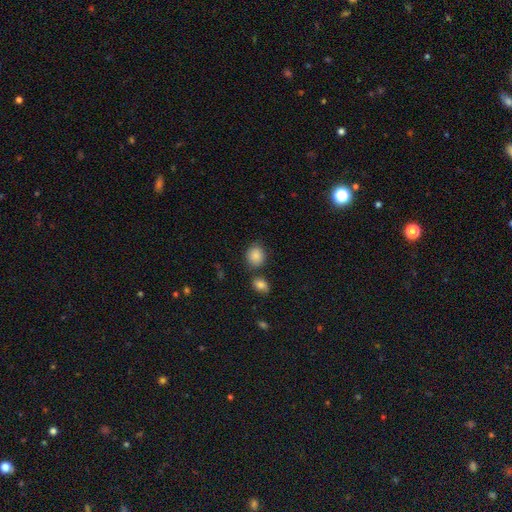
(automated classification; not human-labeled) A smooth galaxy with no disk features (87%) that is round (67%). Merging: none (73%).